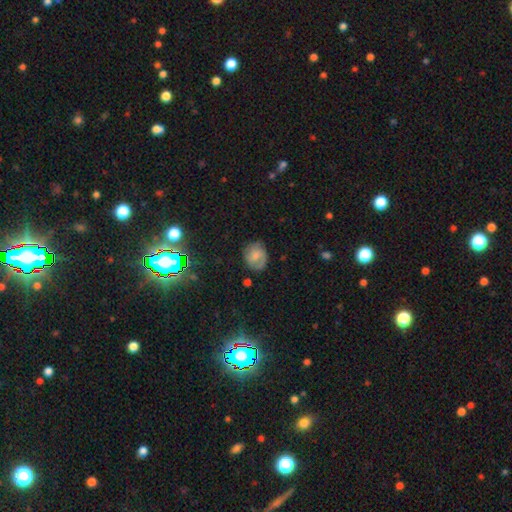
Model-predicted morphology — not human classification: smooth_or_featured: smooth (p=0.49) [alt: featured or disk p=0.41]
merging: none (p=0.70) [alt: minor disturbance p=0.22]